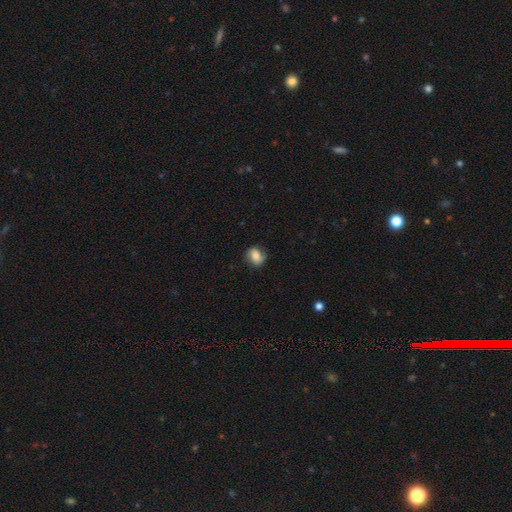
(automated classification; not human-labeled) Smooth or featured? smooth (59%)
How rounded? round (60%)
Merging? none (75%)